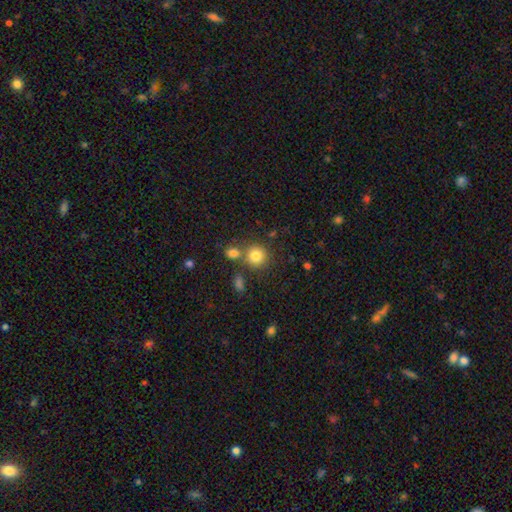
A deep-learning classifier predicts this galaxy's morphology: Overall: smooth (81%). How rounded: round (89%). Merging: none (68%).